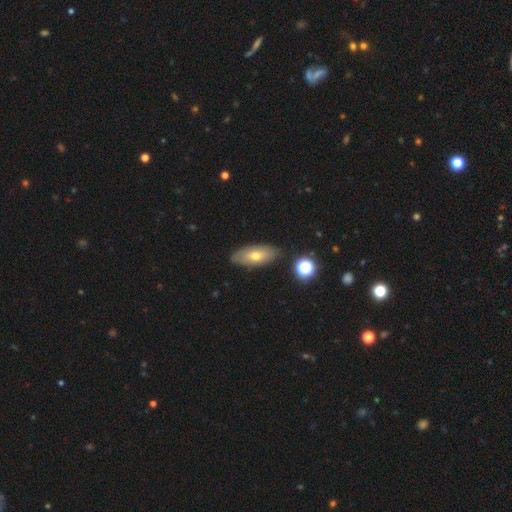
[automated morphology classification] type=smooth (64%); roundness=in between (84%); merging=none (84%).